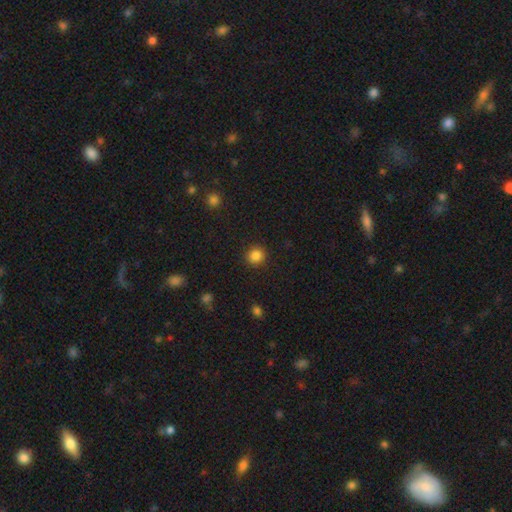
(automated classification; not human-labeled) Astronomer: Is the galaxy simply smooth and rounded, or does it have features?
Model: smooth — 85%.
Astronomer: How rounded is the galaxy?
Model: round — 92%.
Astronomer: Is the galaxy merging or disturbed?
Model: none — 91%.